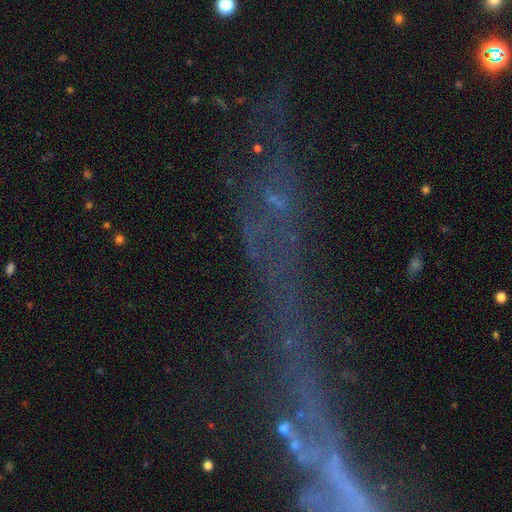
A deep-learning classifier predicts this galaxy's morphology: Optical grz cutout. It shows a star or artifact, not a galaxy (47%).